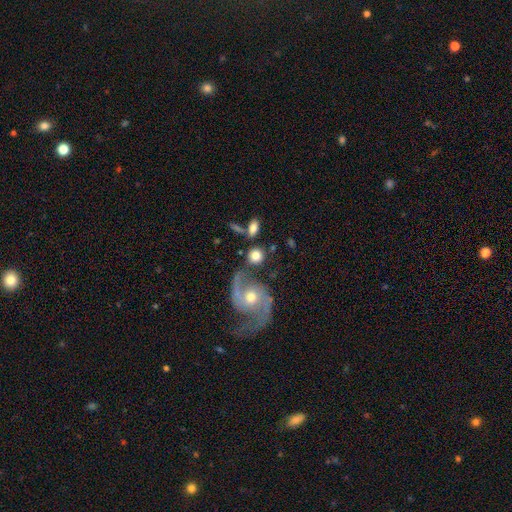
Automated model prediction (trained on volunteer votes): Morphology: type=smooth (64%); roundness=round (78%); merging=none (65%).